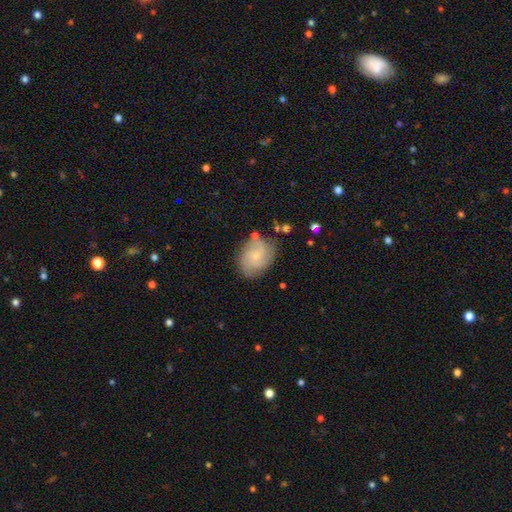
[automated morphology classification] Smooth or featured: featured or disk — 63% (smooth — 29%)
Edge-on disk: no — 97% (yes — 3%)
Bar: no — 74% (weak — 24%)
Spiral arms: yes — 90% (no — 10%)
Spiral winding: tight — 45% (medium — 40%)
Spiral arm count: can't tell — 29% (3 — 28%)
Bulge size: small — 72% (moderate — 21%)
Merging: none — 71% (minor disturbance — 19%)